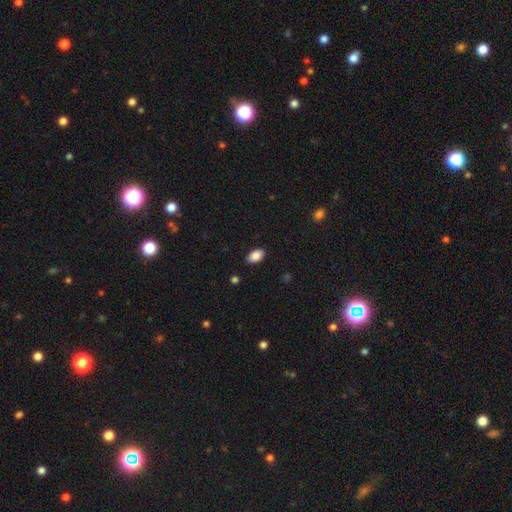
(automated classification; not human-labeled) This is clearly a smooth galaxy (86%). How rounded: clearly in between (93%). Merging: clearly none (88%).